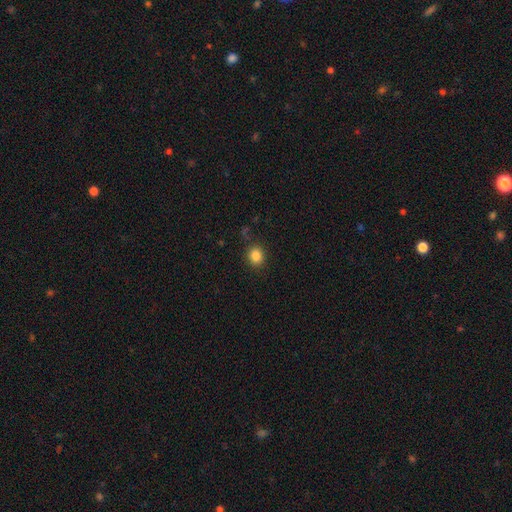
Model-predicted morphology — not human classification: Smooth or featured? smooth (85%)
How rounded? round (72%)
Merging? none (86%)